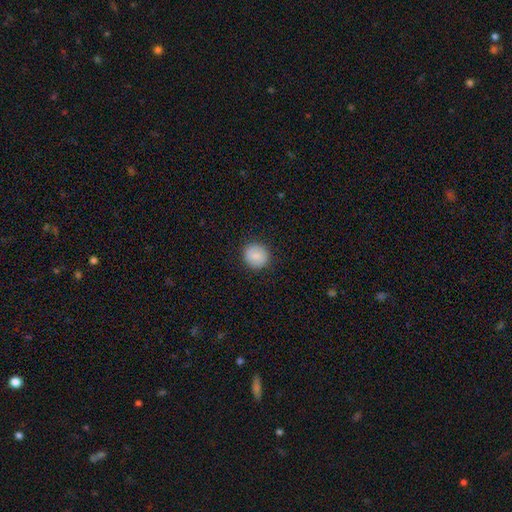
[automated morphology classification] type=smooth (80%); roundness=round (90%); merging=none (89%).